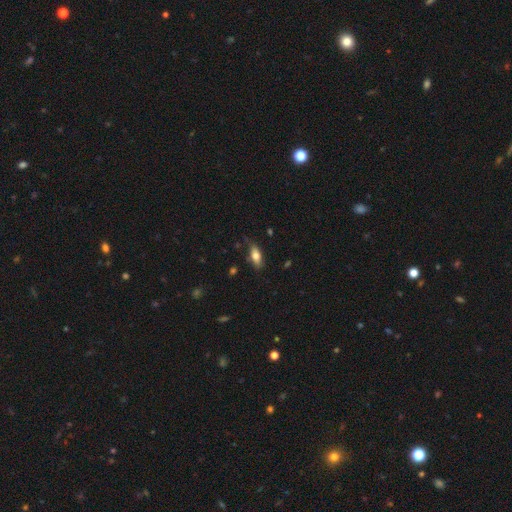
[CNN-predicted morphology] Smooth or featured? smooth (71%)
How rounded? in between (78%)
Merging? none (74%)